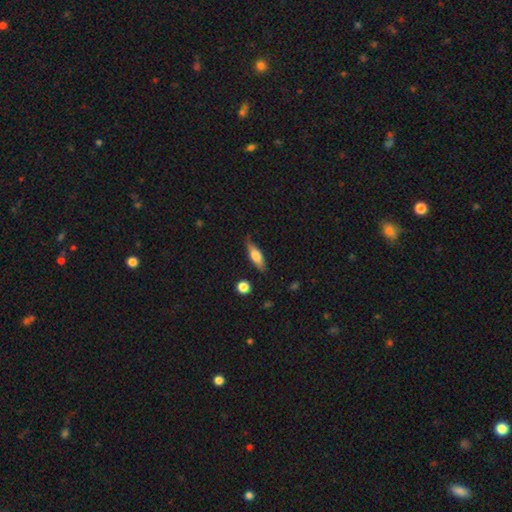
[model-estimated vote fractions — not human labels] A smooth galaxy with no disk features (65%) that is in between round and cigar-shaped (52%).

Vote fractions:
- Smooth or featured? smooth: 65% / featured or disk: 29% / star or artifact: 6%
- How rounded? in between: 52% / cigar-shaped: 45% / round: 3%
- Merging? none: 78% / minor disturbance: 16% / major disturbance: 3% / merger: 2%